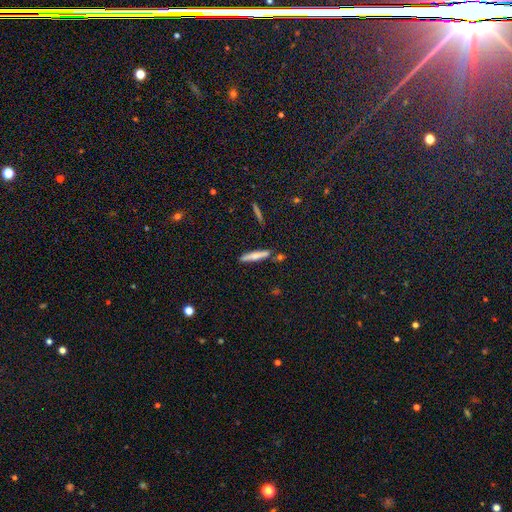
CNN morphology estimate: smooth-or-featured: smooth: 67% | featured or disk: 25% | star or artifact: 8%
  how-rounded: cigar-shaped: 90% | in between: 8% | round: 2%
  merging: none: 81% | minor disturbance: 11% | merger: 6% | major disturbance: 2%